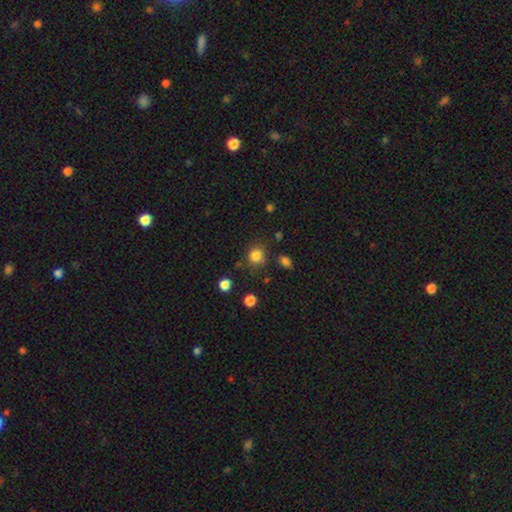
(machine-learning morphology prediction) smooth-or-featured: smooth: 83% | star or artifact: 12% | featured or disk: 5%
  how-rounded: round: 81% | in between: 18% | cigar-shaped: 1%
  merging: none: 74% | minor disturbance: 15% | merger: 6% | major disturbance: 5%